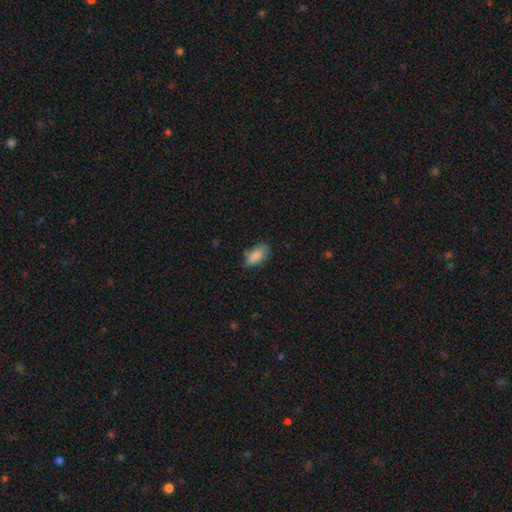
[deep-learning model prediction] This appears to be a smooth galaxy with no disk features (87%) that is in between round and cigar-shaped (91%). Merging: none (69%).